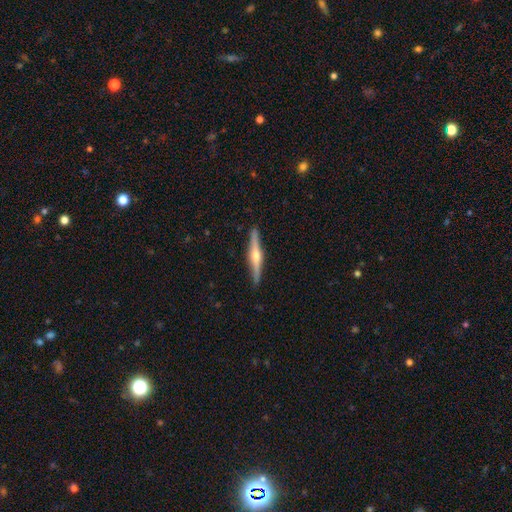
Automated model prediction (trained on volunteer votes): Smooth or featured?
  - featured or disk: 78% *
  - smooth: 17%
  - star or artifact: 5%
Edge-on disk?
  - yes: 98% *
  - no: 2%
Edge-on bulge?
  - rounded: 90% *
  - boxy: 6%
  - none: 4%
Merging?
  - none: 91% *
  - minor disturbance: 7%
  - major disturbance: 1%
  - merger: 1%